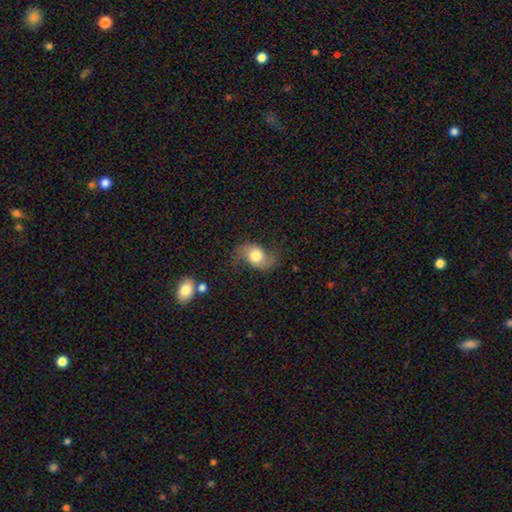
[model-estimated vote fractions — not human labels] Morphology: type=featured or disk (64%); edge-on=no (96%); bar=no (73%); spiral arms=yes (90%); winding=loose (72%); arm count=2 (93%); bulge=moderate (48%); merging=none (69%).